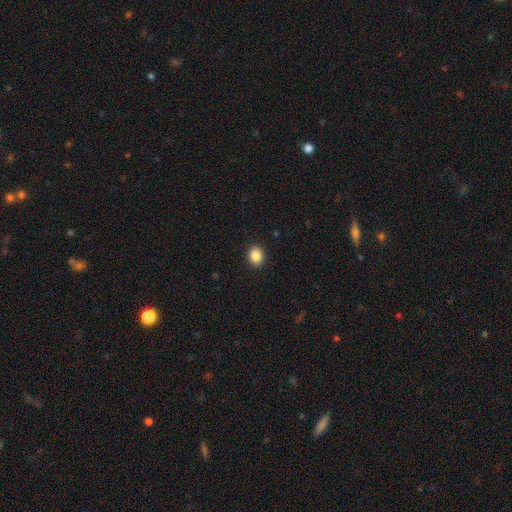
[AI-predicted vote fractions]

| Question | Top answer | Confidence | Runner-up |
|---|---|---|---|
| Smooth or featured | smooth | 87% | star or artifact (9%) |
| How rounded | in between | 52% | round (47%) |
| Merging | none | 91% | minor disturbance (6%) |